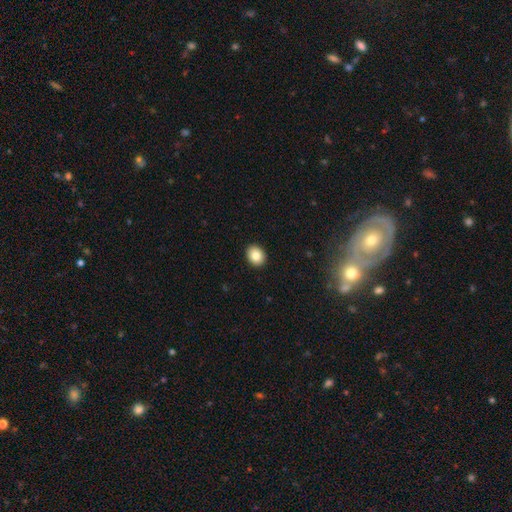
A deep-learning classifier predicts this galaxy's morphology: type=smooth (84%); roundness=round (52%); merging=none (92%).